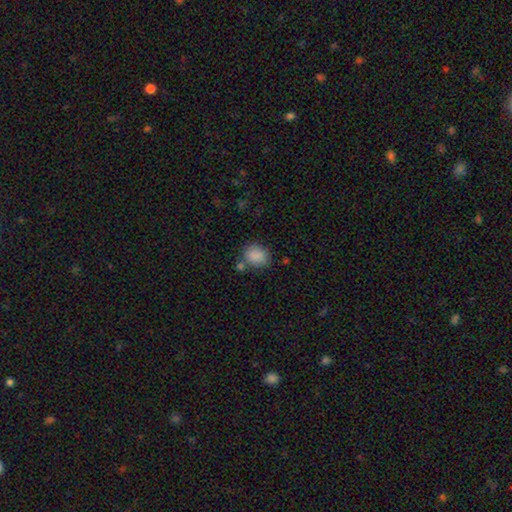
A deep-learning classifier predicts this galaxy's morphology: This is clearly a smooth galaxy (87%). How rounded: possibly round (53%). Merging: likely none (70%).